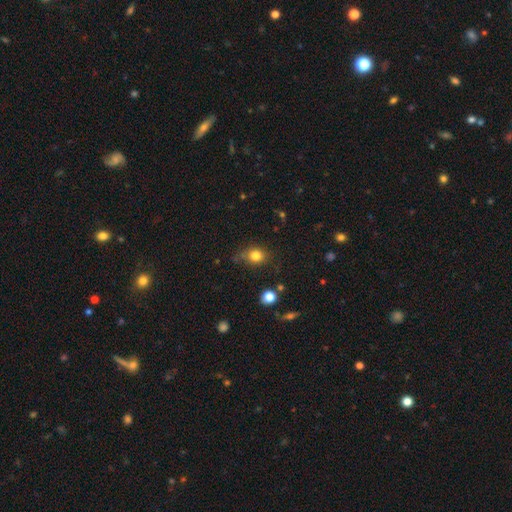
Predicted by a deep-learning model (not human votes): smooth_or_featured: smooth (p=0.80) [alt: star or artifact p=0.13]
how_rounded: round (p=0.63) [alt: in between p=0.36]
merging: none (p=0.69) [alt: minor disturbance p=0.21]